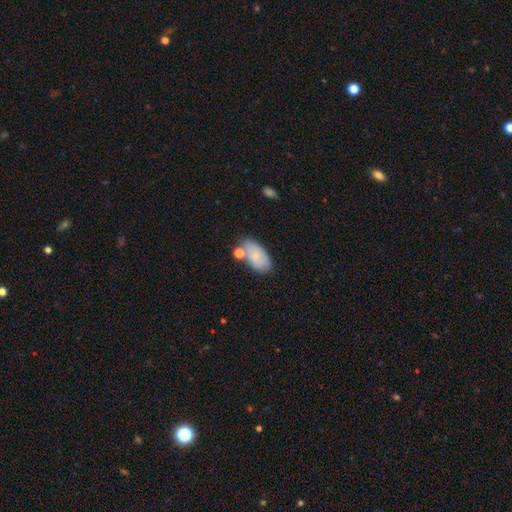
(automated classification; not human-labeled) A smooth galaxy with no disk features (76%) that is in between round and cigar-shaped (93%). Merging: none (57%).